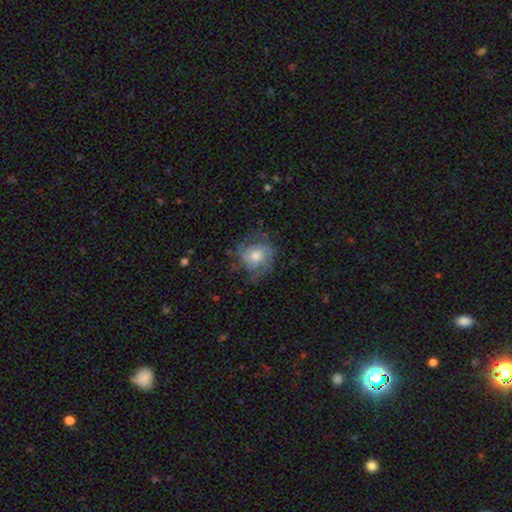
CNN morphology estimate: A featured or disk galaxy (59%) with no bar (76%), spiral arms (83%) and a moderate central bulge (64%). Merging: none (62%).